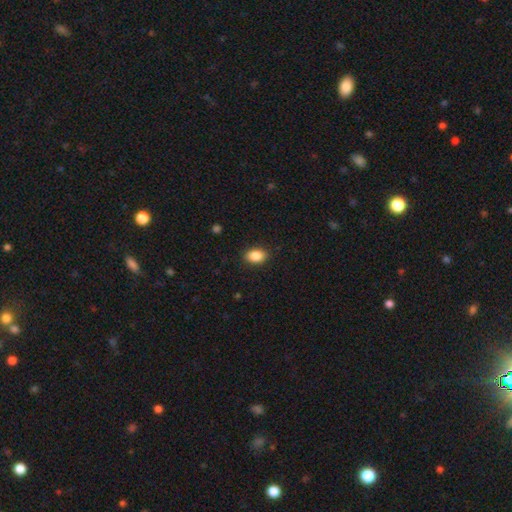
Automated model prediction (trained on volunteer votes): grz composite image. It shows a smooth galaxy with no disk features (88%) that is in between round and cigar-shaped (85%). Merging: none (88%).